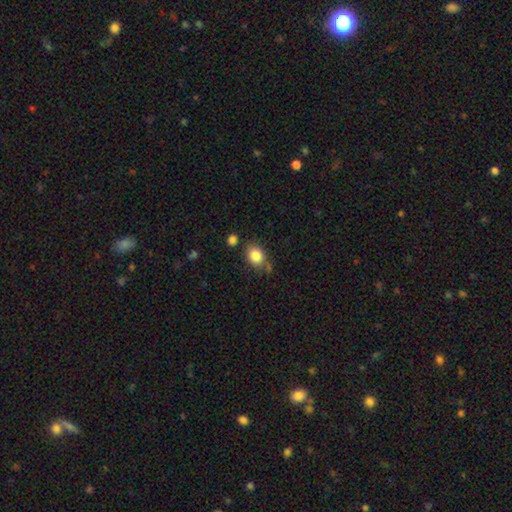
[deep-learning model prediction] Smooth or featured?
  - smooth: 84% *
  - star or artifact: 9%
  - featured or disk: 7%
How rounded?
  - in between: 50% *
  - round: 49%
  - cigar-shaped: 1%
Merging?
  - none: 69% *
  - minor disturbance: 17%
  - merger: 9%
  - major disturbance: 5%